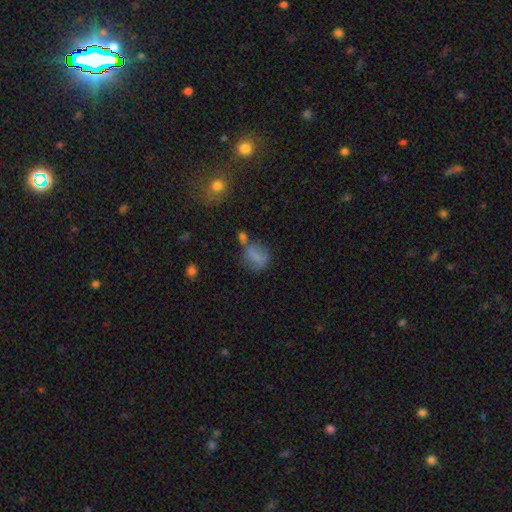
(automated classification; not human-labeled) A smooth galaxy with no disk features (69%) that is round (59%). Merging: none (47%).